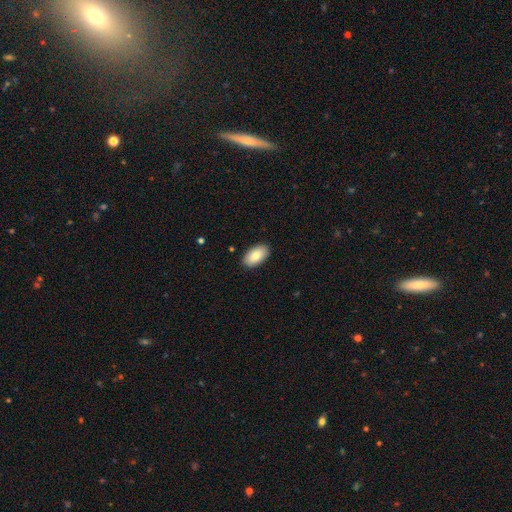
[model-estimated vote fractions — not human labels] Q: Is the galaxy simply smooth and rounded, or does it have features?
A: smooth — 85%.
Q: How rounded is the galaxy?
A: in between — 95%.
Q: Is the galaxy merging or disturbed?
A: none — 89%.